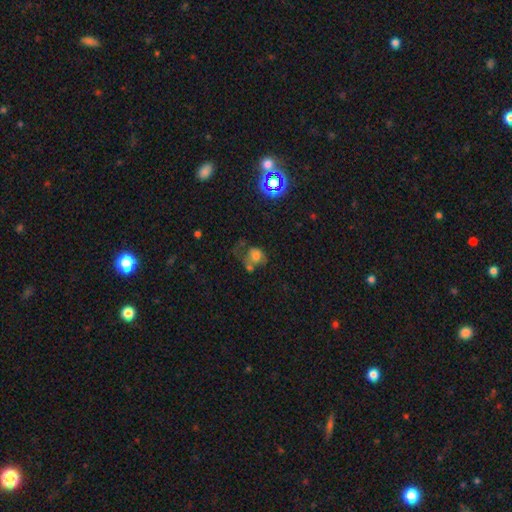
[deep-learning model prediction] Smooth or featured? Predicted: smooth (p=0.57). How rounded? Predicted: round (p=0.64). Merging? Predicted: major disturbance (p=0.29).